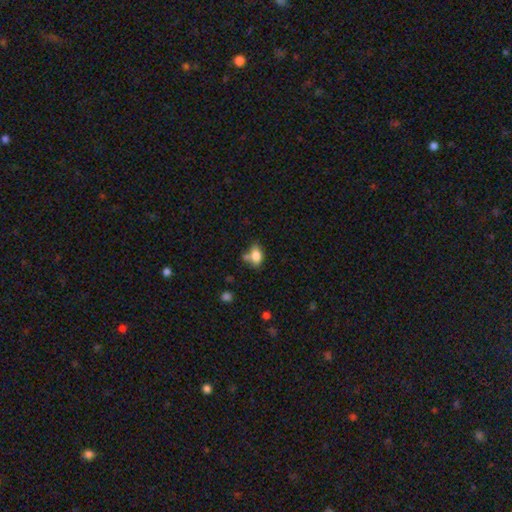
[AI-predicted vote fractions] Smooth or featured? smooth (81%)
How rounded? in between (82%)
Merging? none (49%)